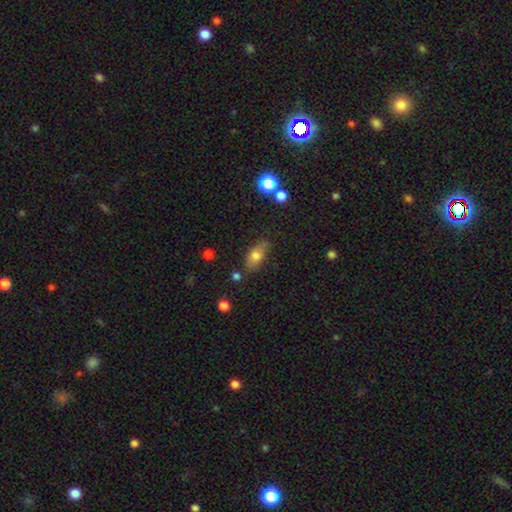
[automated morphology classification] A smooth galaxy with no disk features (73%) that is in between round and cigar-shaped (83%). Merging: none (69%).